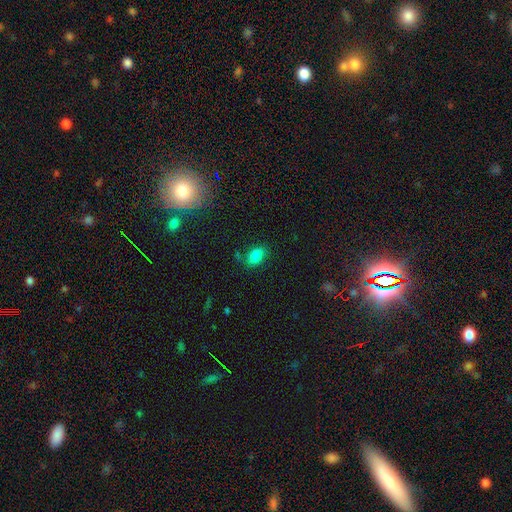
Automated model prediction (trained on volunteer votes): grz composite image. It shows a smooth galaxy with no disk features (81%) that is in between round and cigar-shaped (88%). Merging: none (73%).